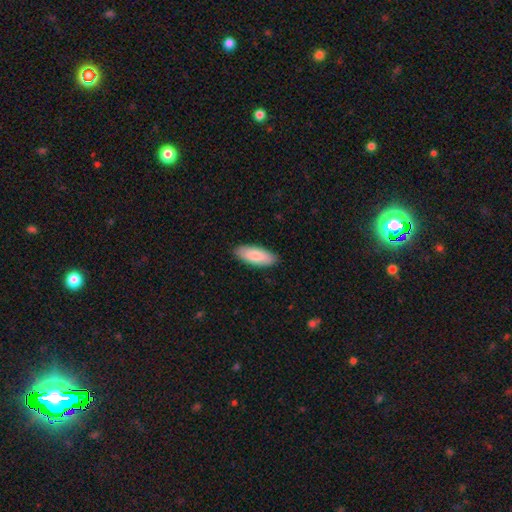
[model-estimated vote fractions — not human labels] Smooth or featured: smooth — 86% (featured or disk — 9%)
How rounded: in between — 80% (cigar-shaped — 18%)
Merging: none — 89% (minor disturbance — 9%)